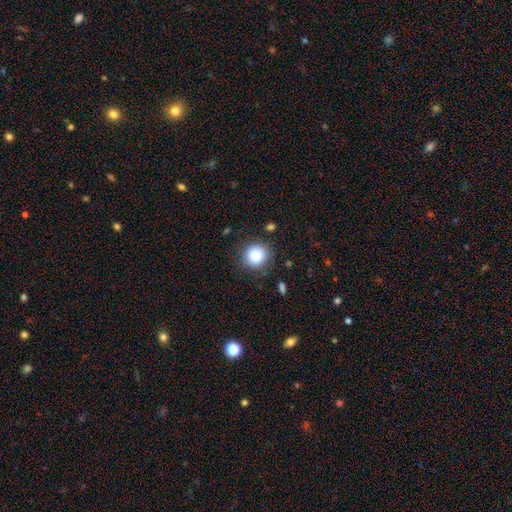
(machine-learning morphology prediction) Overall: smooth (86%). How rounded: round (89%). Merging: none (82%).